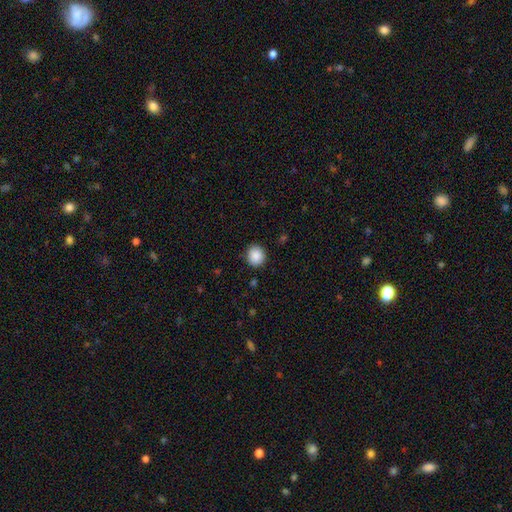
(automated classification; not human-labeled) Morphology: type=smooth (88%); roundness=round (80%); merging=none (88%).